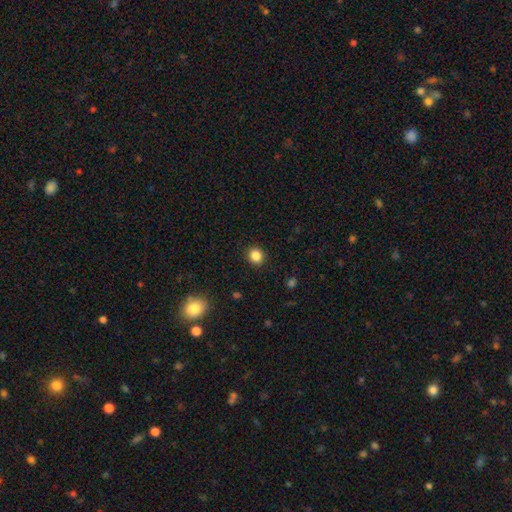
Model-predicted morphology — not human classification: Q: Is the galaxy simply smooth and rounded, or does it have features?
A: smooth — 85%.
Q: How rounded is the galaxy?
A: round — 84%.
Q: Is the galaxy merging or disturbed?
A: none — 91%.